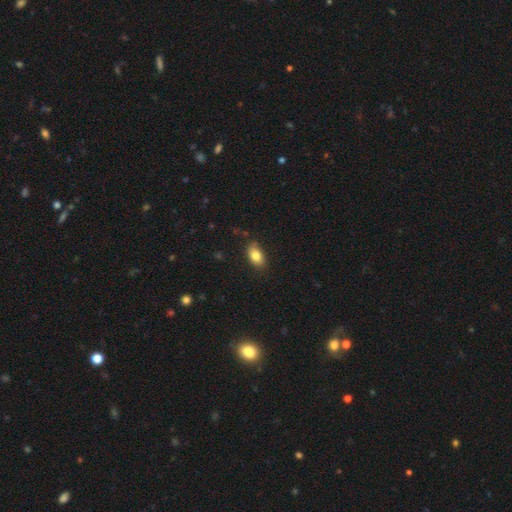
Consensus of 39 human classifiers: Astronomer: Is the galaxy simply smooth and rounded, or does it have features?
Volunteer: smooth — 82%.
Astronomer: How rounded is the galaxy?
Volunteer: in between — 91%.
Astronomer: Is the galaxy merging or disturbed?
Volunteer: none — 89%.